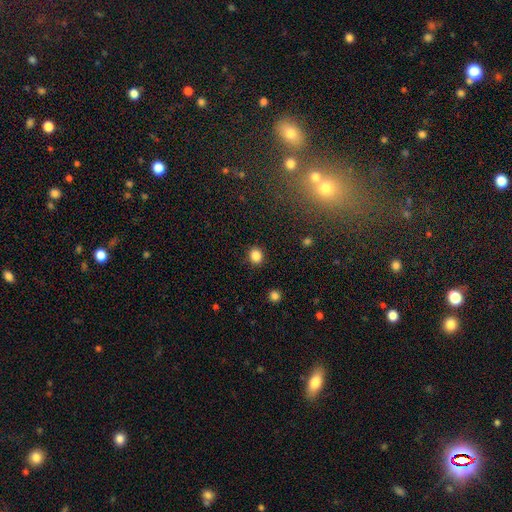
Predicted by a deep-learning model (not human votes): smooth-or-featured: smooth: 85% | star or artifact: 11% | featured or disk: 4%
  how-rounded: round: 73% | in between: 26% | cigar-shaped: 1%
  merging: none: 90% | minor disturbance: 7% | major disturbance: 2% | merger: 1%